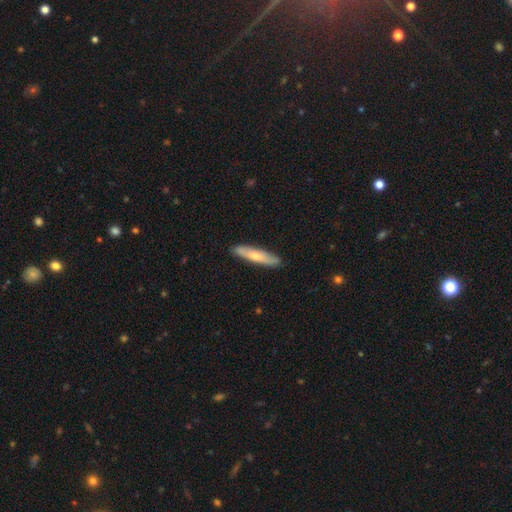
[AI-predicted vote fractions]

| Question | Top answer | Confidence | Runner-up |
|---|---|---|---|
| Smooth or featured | smooth | 62% | featured or disk (33%) |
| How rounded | cigar-shaped | 85% | in between (14%) |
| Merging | none | 88% | minor disturbance (9%) |